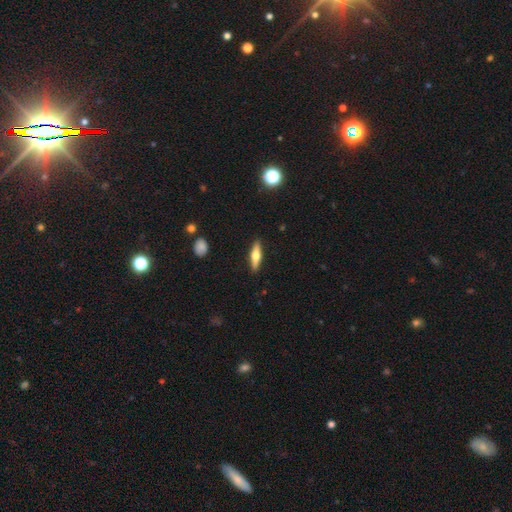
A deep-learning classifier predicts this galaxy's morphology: Overall: featured or disk (49%; smooth 45%). Merging: none (90%).